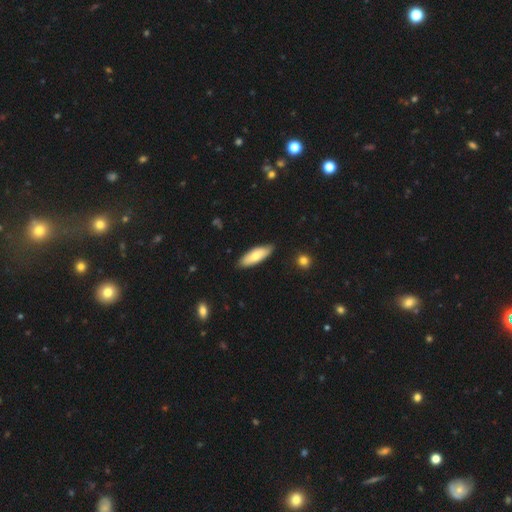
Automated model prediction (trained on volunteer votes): smooth 74%, featured or disk 21%, star or artifact 5%. Down the decision tree: how rounded — in between (66%); merging — none (85%).